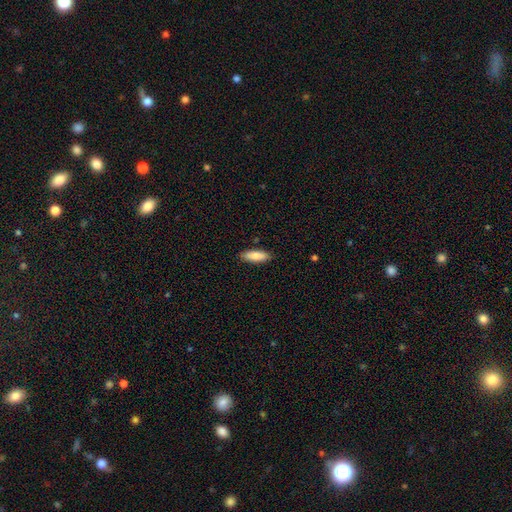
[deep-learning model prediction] smooth_or_featured: smooth (p=0.82) [alt: featured or disk p=0.12]
how_rounded: in between (p=0.60) [alt: cigar-shaped p=0.38]
merging: none (p=0.87) [alt: minor disturbance p=0.10]